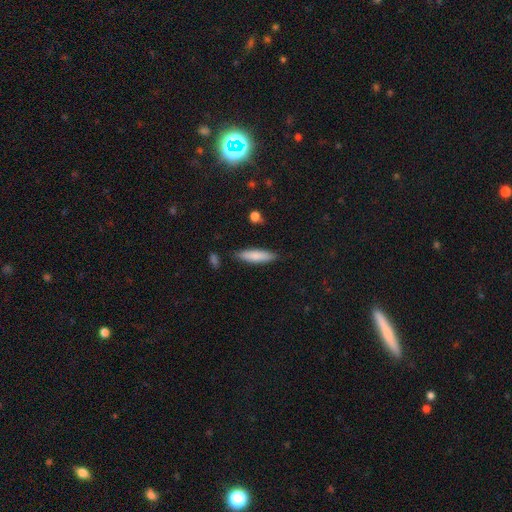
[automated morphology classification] smooth_or_featured: smooth (p=0.82) [alt: featured or disk p=0.12]
how_rounded: cigar-shaped (p=0.70) [alt: in between p=0.29]
merging: none (p=0.85) [alt: minor disturbance p=0.11]